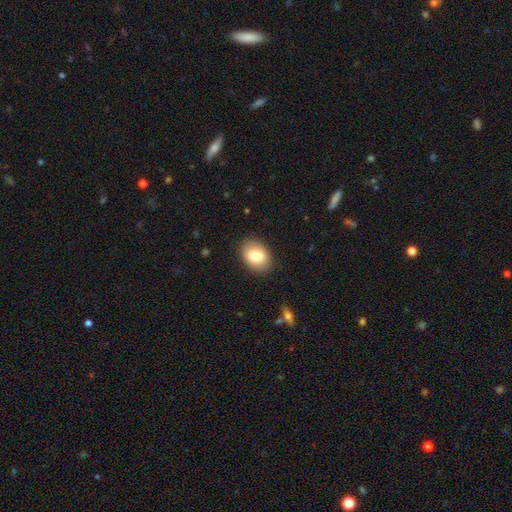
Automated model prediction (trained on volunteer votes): A smooth galaxy with no disk features (83%) that is in between round and cigar-shaped (76%).

Vote fractions:
- Smooth or featured? smooth: 83% / featured or disk: 10% / star or artifact: 7%
- How rounded? in between: 76% / round: 23% / cigar-shaped: 1%
- Merging? none: 87% / minor disturbance: 9% / major disturbance: 2% / merger: 1%